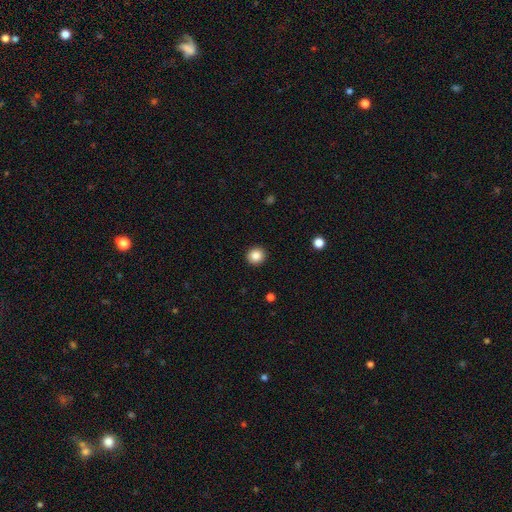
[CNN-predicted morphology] A smooth galaxy with no disk features (86%) that is round (92%). Merging: none (93%).